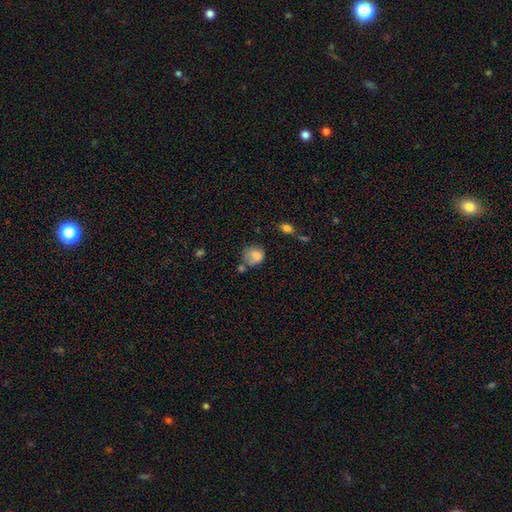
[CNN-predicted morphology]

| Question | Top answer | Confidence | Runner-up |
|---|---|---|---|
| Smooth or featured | smooth | 76% | featured or disk (15%) |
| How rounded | round | 69% | in between (30%) |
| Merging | none | 44% | minor disturbance (29%) |